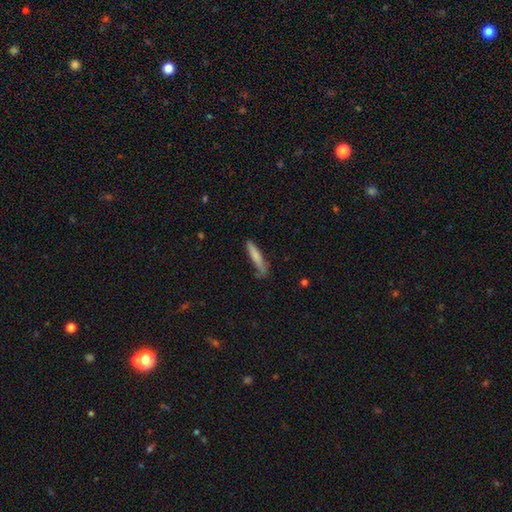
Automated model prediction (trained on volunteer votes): A smooth galaxy with no disk features (76%) that is cigar-shaped (90%). Merging: none (70%).